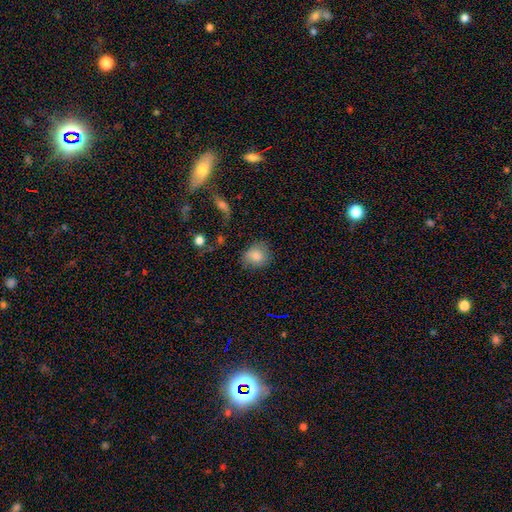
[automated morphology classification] smooth-or-featured: smooth: 83% | star or artifact: 9% | featured or disk: 9%
  how-rounded: round: 68% | in between: 31% | cigar-shaped: 1%
  merging: none: 75% | minor disturbance: 18% | major disturbance: 5% | merger: 2%